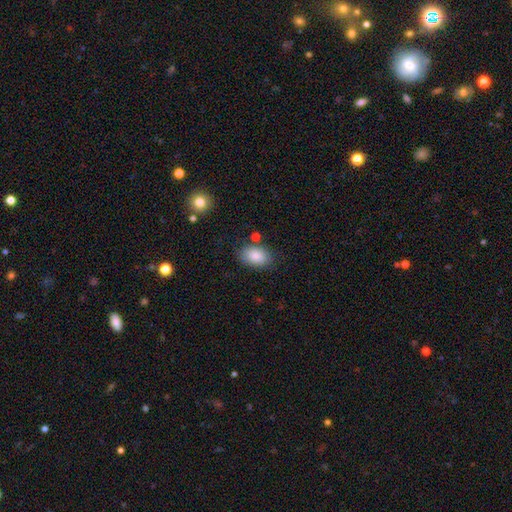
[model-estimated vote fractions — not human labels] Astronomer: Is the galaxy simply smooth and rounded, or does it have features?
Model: smooth — 86%.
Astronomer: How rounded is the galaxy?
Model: in between — 88%.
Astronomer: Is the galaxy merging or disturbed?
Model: none — 77%.